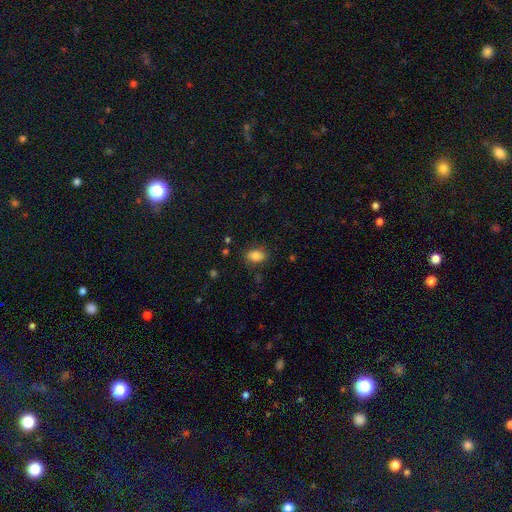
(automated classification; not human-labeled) This is clearly a smooth galaxy (84%). How rounded: clearly in between (80%). Merging: clearly none (80%).